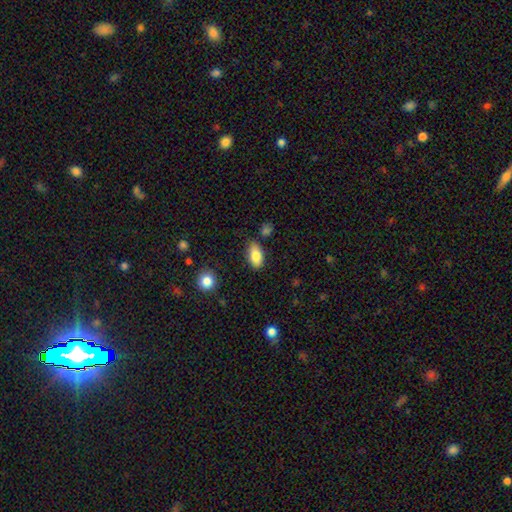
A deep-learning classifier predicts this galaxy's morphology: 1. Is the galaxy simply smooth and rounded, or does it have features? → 83% smooth, 10% featured or disk, 7% star or artifact.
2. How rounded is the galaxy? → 91% in between, 5% round, 4% cigar-shaped.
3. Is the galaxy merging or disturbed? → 82% none, 12% minor disturbance, 3% merger, 3% major disturbance.